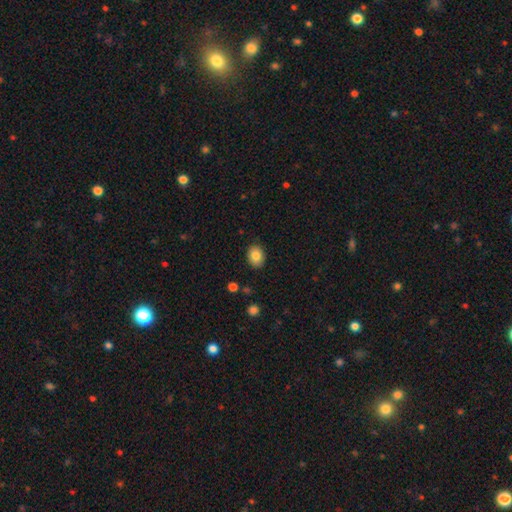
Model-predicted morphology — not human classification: This is clearly a smooth galaxy (84%). How rounded: likely in between (61%). Merging: clearly none (88%).